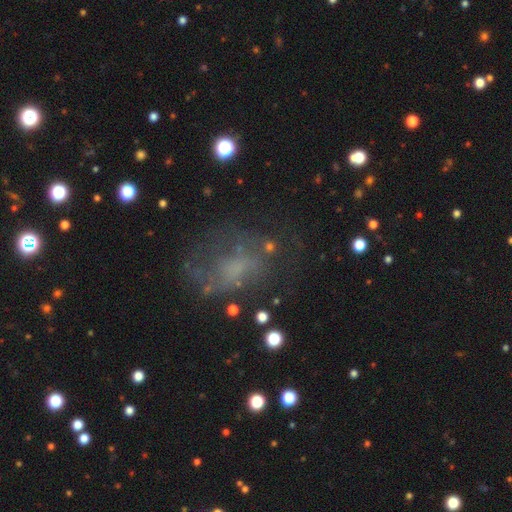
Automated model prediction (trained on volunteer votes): Smooth or featured? Predicted: featured or disk (p=0.42). Merging? Predicted: none (p=0.52).